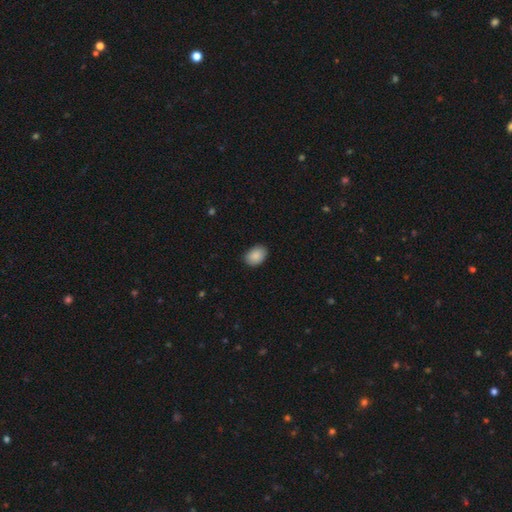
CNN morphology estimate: Smooth or featured?
  - smooth: 89% *
  - star or artifact: 7%
  - featured or disk: 4%
How rounded?
  - in between: 78% *
  - round: 21%
  - cigar-shaped: 1%
Merging?
  - none: 87% *
  - minor disturbance: 10%
  - major disturbance: 2%
  - merger: 1%